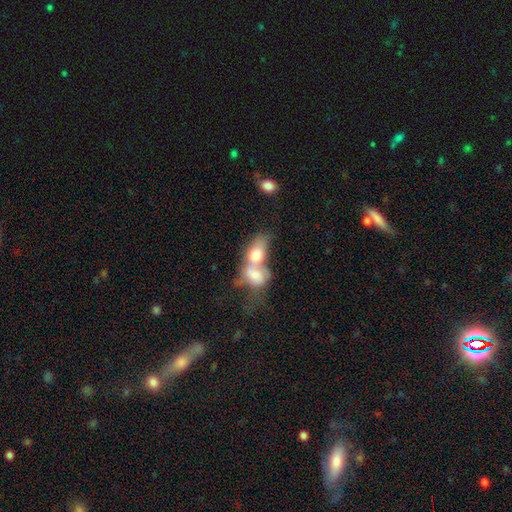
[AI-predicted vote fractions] Q: Smooth or featured?
A: smooth (67%); runner-up: featured or disk (26%)
Q: How rounded?
A: in between (79%); runner-up: round (17%)
Q: Merging?
A: merger (80%); runner-up: none (9%)